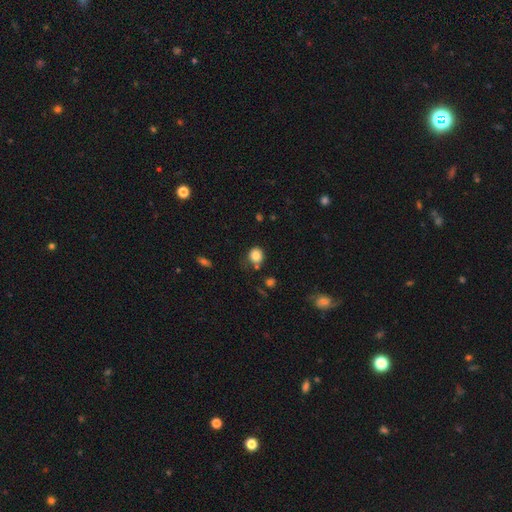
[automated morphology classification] Q: Smooth or featured?
A: smooth (84%); runner-up: star or artifact (11%)
Q: How rounded?
A: round (79%); runner-up: in between (20%)
Q: Merging?
A: none (71%); runner-up: minor disturbance (17%)